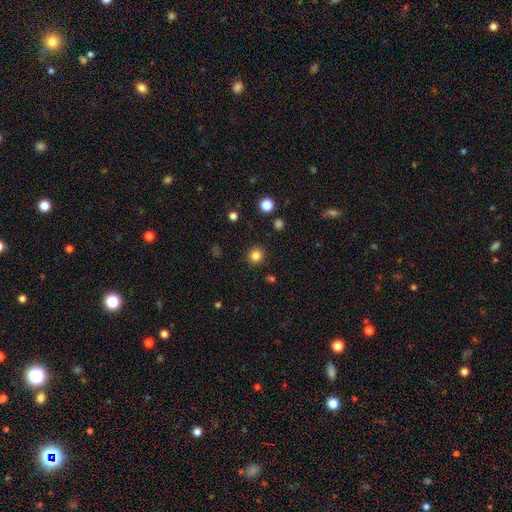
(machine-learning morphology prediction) Smooth or featured: smooth — 83% (star or artifact — 13%)
How rounded: round — 92% (in between — 7%)
Merging: none — 91% (minor disturbance — 6%)